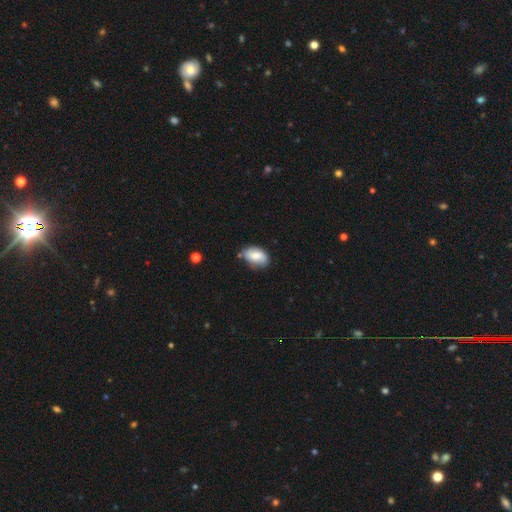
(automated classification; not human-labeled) smooth_or_featured: smooth (p=0.72) [alt: featured or disk p=0.21]
how_rounded: in between (p=0.91) [alt: round p=0.08]
merging: none (p=0.61) [alt: minor disturbance p=0.30]